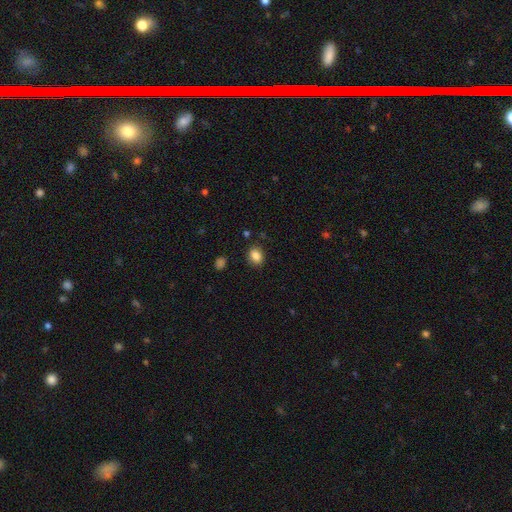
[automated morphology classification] Smooth or featured: smooth — 85% (star or artifact — 10%)
How rounded: in between — 51% (round — 48%)
Merging: none — 86% (minor disturbance — 10%)